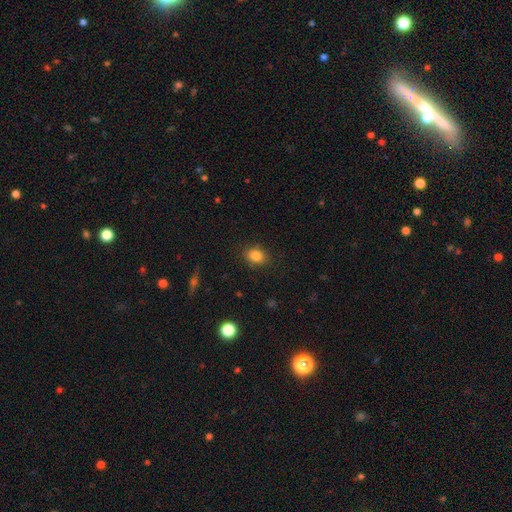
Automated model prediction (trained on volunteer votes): Overall: smooth (84%). How rounded: in between (53%; round 46%). Merging: none (87%).